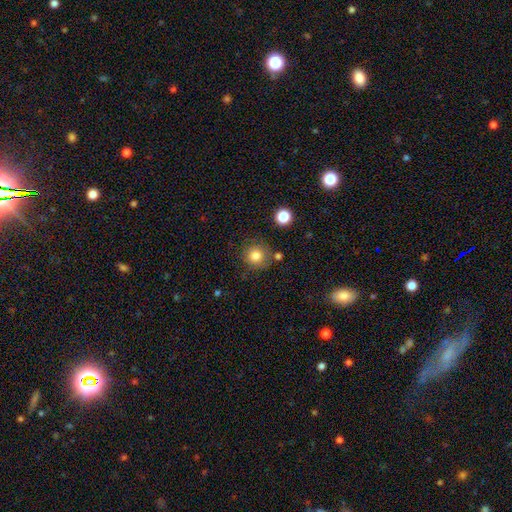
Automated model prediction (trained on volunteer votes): smooth_or_featured: smooth (p=0.82) [alt: star or artifact p=0.11]
how_rounded: round (p=0.92) [alt: in between p=0.07]
merging: none (p=0.79) [alt: minor disturbance p=0.12]